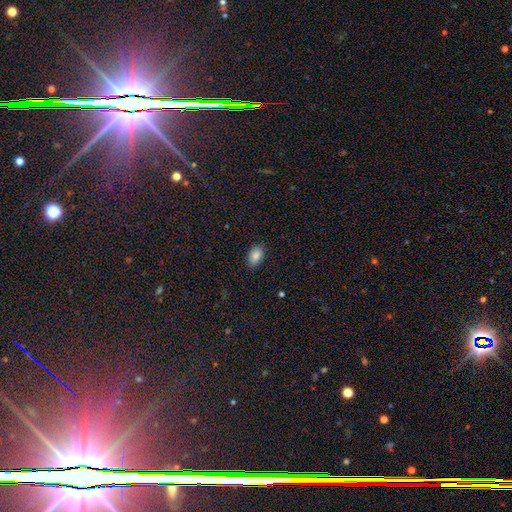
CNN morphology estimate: A smooth galaxy with no disk features (86%) that is in between round and cigar-shaped (90%).

Vote fractions:
- Smooth or featured? smooth: 86% / star or artifact: 9% / featured or disk: 6%
- How rounded? in between: 90% / round: 9% / cigar-shaped: 2%
- Merging? none: 81% / minor disturbance: 15% / major disturbance: 3% / merger: 1%